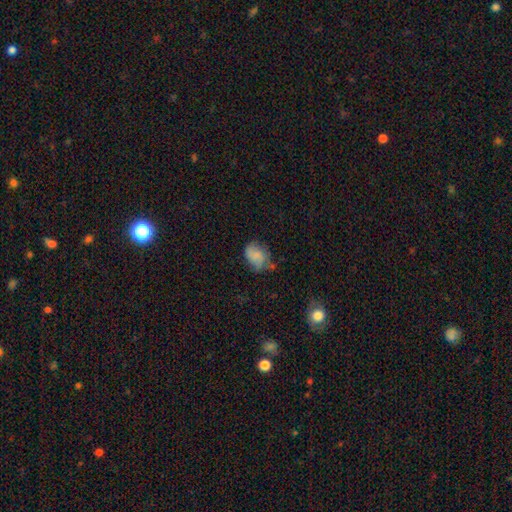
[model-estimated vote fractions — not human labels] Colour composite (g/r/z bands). It shows a smooth galaxy with no disk features (62%) that is in between round and cigar-shaped (62%). Merging: none (50%).